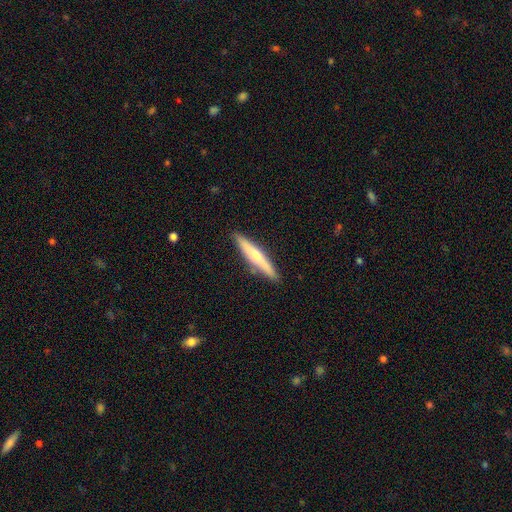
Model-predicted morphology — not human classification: featured or disk 50%, smooth 45%, star or artifact 5%. Down the decision tree: merging — none (88%).